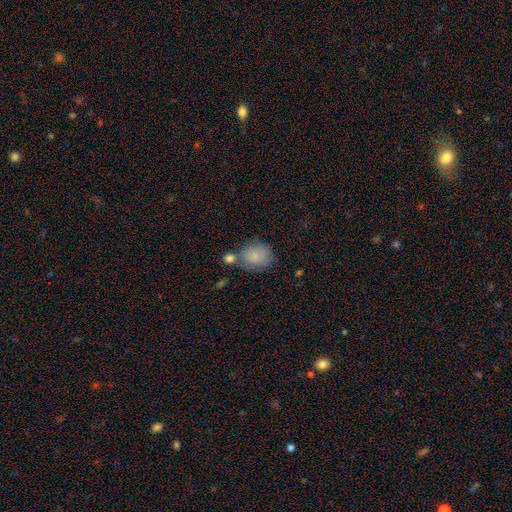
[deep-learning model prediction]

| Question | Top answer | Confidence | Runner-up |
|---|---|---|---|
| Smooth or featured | smooth | 85% | featured or disk (8%) |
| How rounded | round | 60% | in between (39%) |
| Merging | none | 55% | merger (20%) |